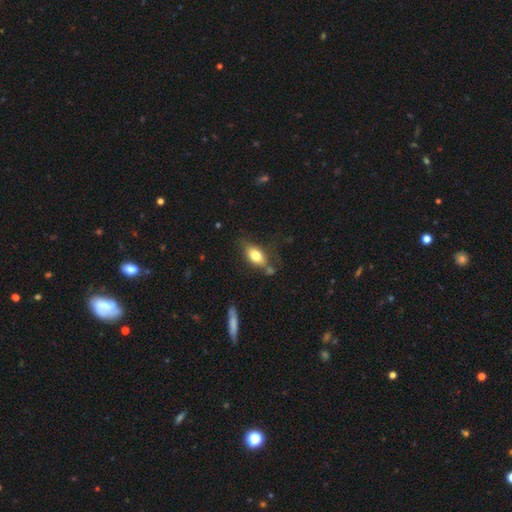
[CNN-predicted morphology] This appears to be a smooth galaxy with no disk features (74%) that is in between round and cigar-shaped (85%). Merging: none (62%).